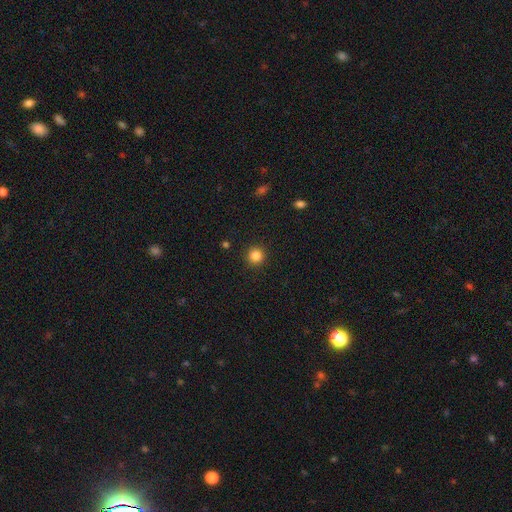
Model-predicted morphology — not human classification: Smooth or featured? smooth (85%)
How rounded? round (95%)
Merging? none (92%)